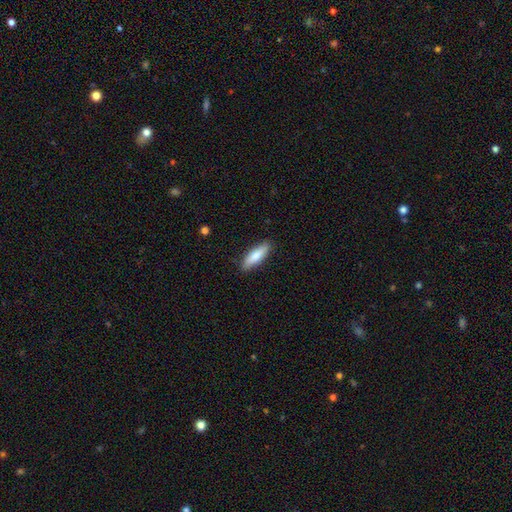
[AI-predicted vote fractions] smooth-or-featured: smooth: 77% | featured or disk: 18% | star or artifact: 6%
  how-rounded: cigar-shaped: 55% | in between: 43% | round: 2%
  merging: none: 88% | minor disturbance: 9% | major disturbance: 2% | merger: 1%